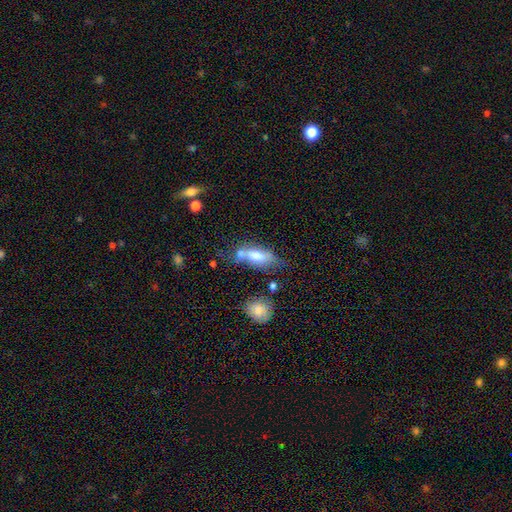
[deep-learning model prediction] Smooth or featured?
  - smooth: 65% *
  - featured or disk: 26%
  - star or artifact: 9%
How rounded?
  - in between: 72% *
  - cigar-shaped: 23%
  - round: 5%
Merging?
  - none: 36% *
  - merger: 31%
  - minor disturbance: 21%
  - major disturbance: 11%